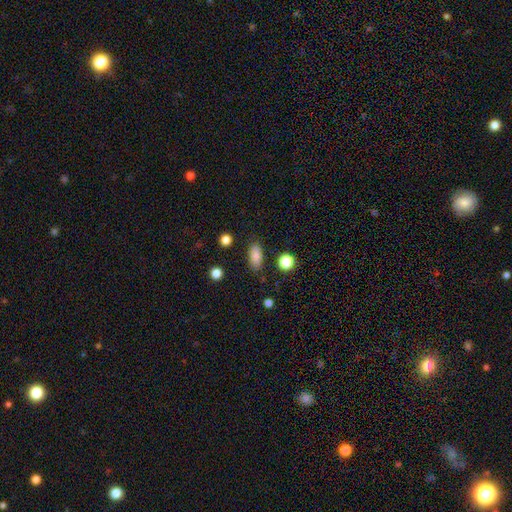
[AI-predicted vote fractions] Q: Smooth or featured?
A: smooth (84%); runner-up: star or artifact (9%)
Q: How rounded?
A: in between (86%); runner-up: cigar-shaped (8%)
Q: Merging?
A: none (83%); runner-up: minor disturbance (11%)